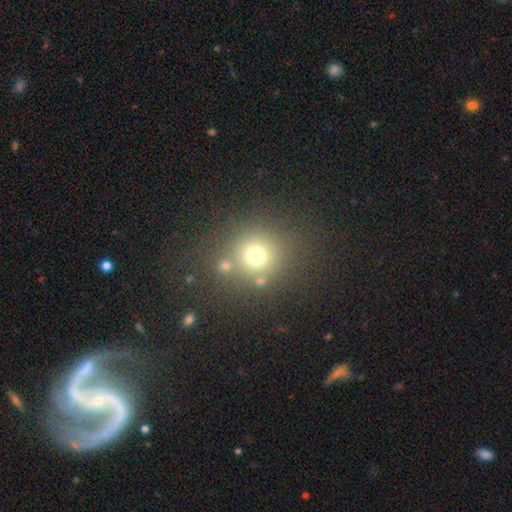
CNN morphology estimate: Smooth or featured? Predicted: smooth (p=0.69). How rounded? Predicted: round (p=0.90). Merging? Predicted: none (p=0.73).